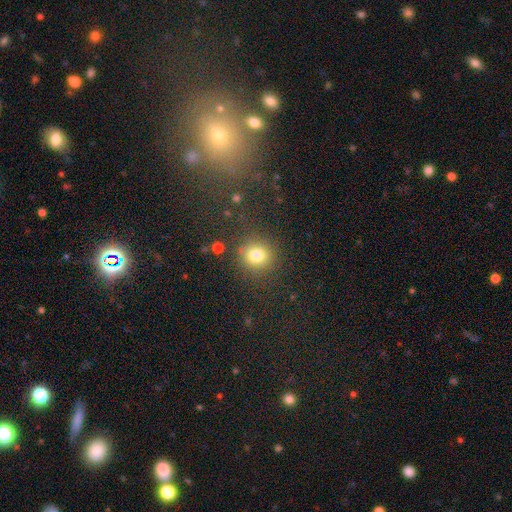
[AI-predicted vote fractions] The model was most divided on "smooth or featured": smooth: 79%, star or artifact: 14%, featured or disk: 7%. More confident: how rounded — round (85%); merging — none (83%).